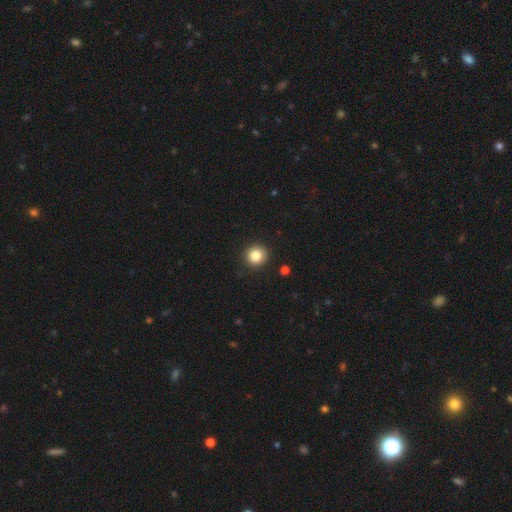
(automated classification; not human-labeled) Overall: smooth (84%). How rounded: round (94%). Merging: none (92%).